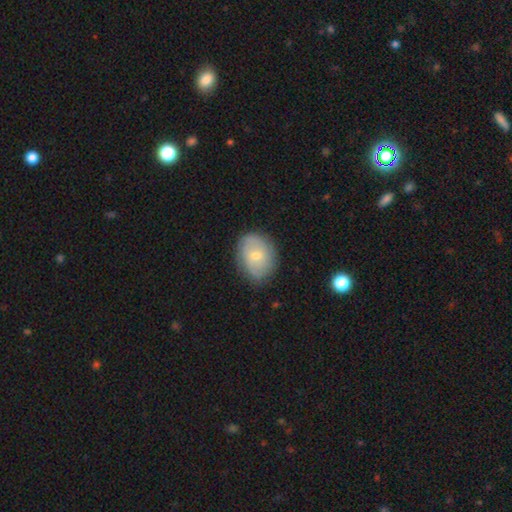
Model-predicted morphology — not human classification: This is possibly a smooth galaxy (57%). How rounded: likely in between (60%). Merging: likely none (78%).